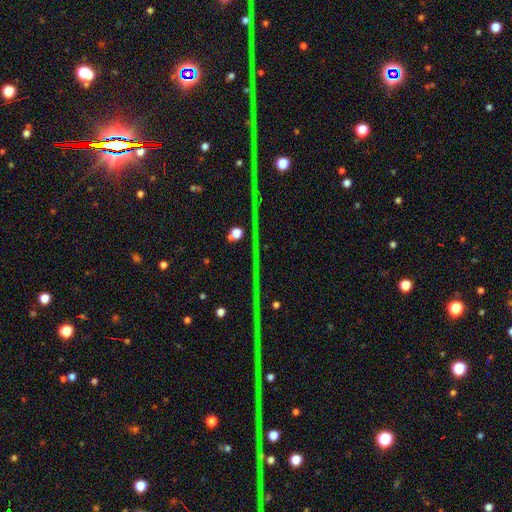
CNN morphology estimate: A star or artifact, not a galaxy (84%).

Vote fractions:
- Smooth or featured? star or artifact: 84% / featured or disk: 8% / smooth: 7%